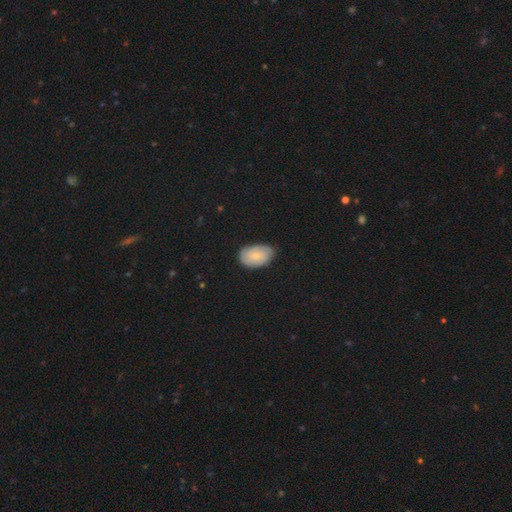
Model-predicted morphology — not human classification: smooth 70%, featured or disk 23%, star or artifact 7%. Down the decision tree: how rounded — in between (92%); merging — none (75%).